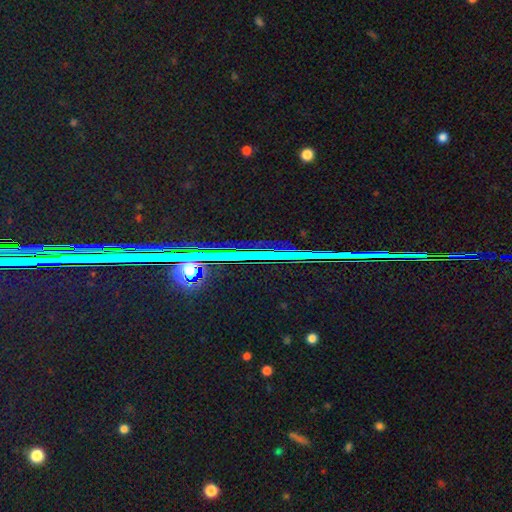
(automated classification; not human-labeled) Smooth or featured? Predicted: star or artifact (p=0.82).